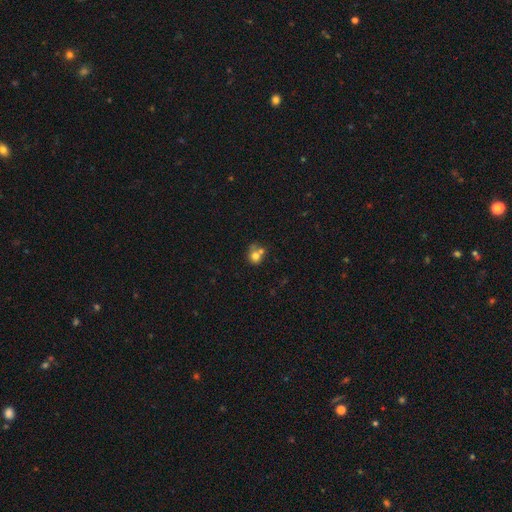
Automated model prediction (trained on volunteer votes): Smooth or featured?
  - smooth: 72% *
  - featured or disk: 16%
  - star or artifact: 12%
How rounded?
  - round: 70% *
  - in between: 29%
  - cigar-shaped: 1%
Merging?
  - merger: 45% *
  - none: 37%
  - minor disturbance: 12%
  - major disturbance: 6%